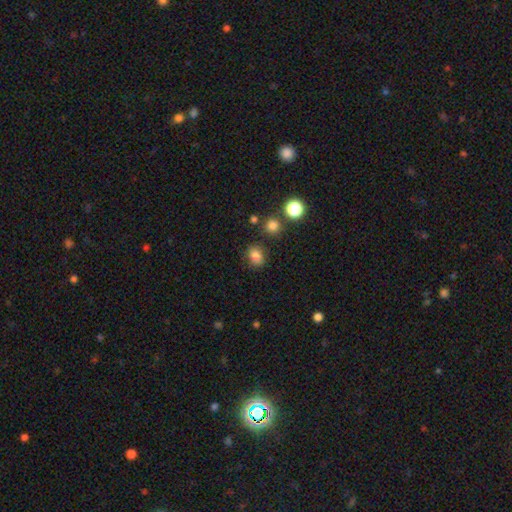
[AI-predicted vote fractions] This is clearly a smooth galaxy (81%). How rounded: possibly in between (57%). Merging: clearly none (81%).